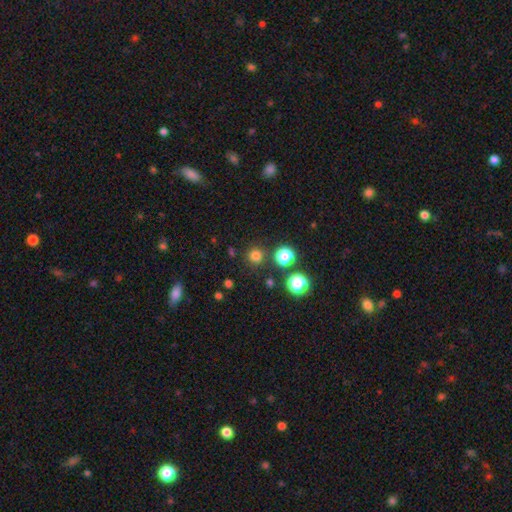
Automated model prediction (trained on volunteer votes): Smooth or featured? Predicted: smooth (p=0.73). How rounded? Predicted: round (p=0.94). Merging? Predicted: none (p=0.85).